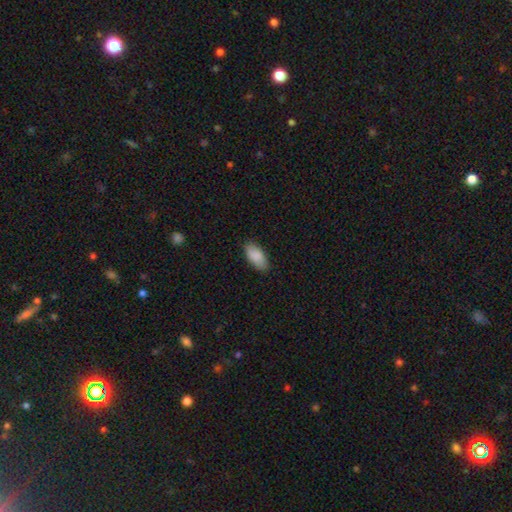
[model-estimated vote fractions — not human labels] Smooth or featured?
  - smooth: 89% *
  - star or artifact: 6%
  - featured or disk: 5%
How rounded?
  - in between: 91% *
  - cigar-shaped: 7%
  - round: 2%
Merging?
  - none: 86% *
  - minor disturbance: 11%
  - major disturbance: 2%
  - merger: 1%